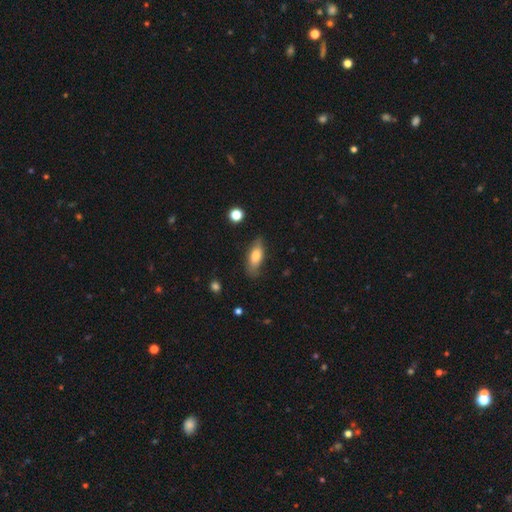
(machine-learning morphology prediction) A smooth galaxy with no disk features (74%) that is in between round and cigar-shaped (76%). Merging: none (77%).